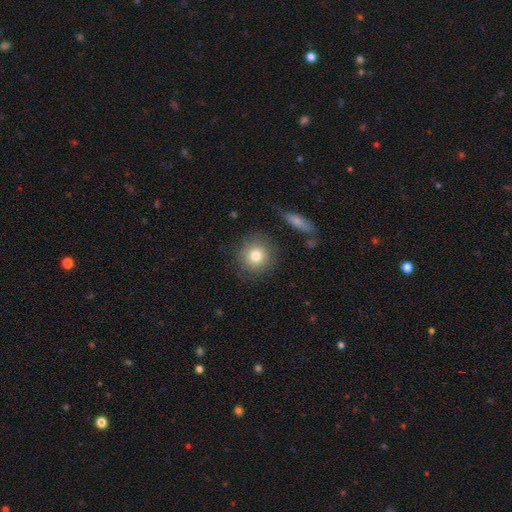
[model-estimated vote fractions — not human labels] This appears to be a smooth galaxy with no disk features (80%) that is round (92%). Merging: none (85%).